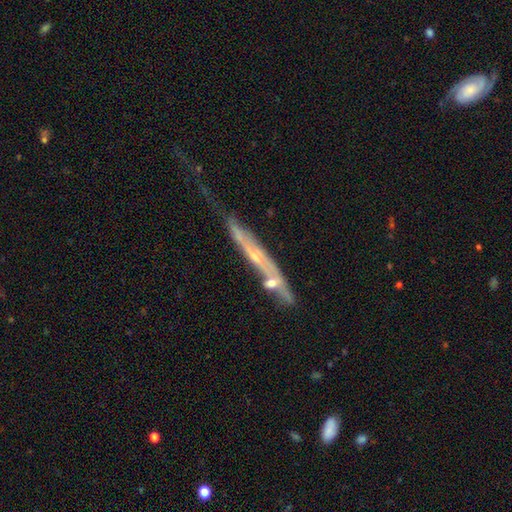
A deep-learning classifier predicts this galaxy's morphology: Smooth or featured?
  - featured or disk: 70% *
  - smooth: 22%
  - star or artifact: 8%
Edge-on disk?
  - yes: 73% *
  - no: 27%
Edge-on bulge?
  - none: 51% *
  - rounded: 43%
  - boxy: 6%
Merging?
  - none: 38% *
  - minor disturbance: 27%
  - merger: 19%
  - major disturbance: 17%